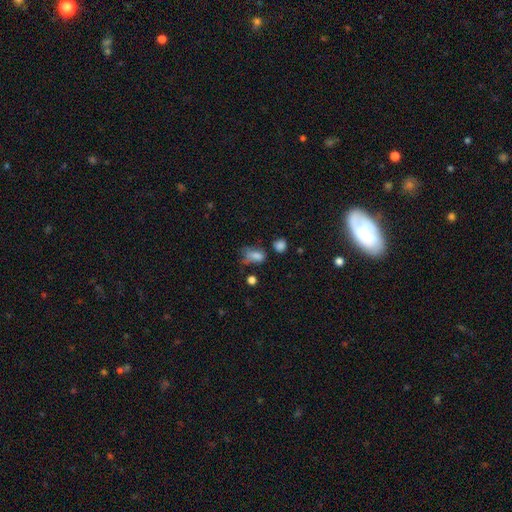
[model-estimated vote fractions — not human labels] Morphology: type=smooth (72%); roundness=in between (77%); merging=none (32%).